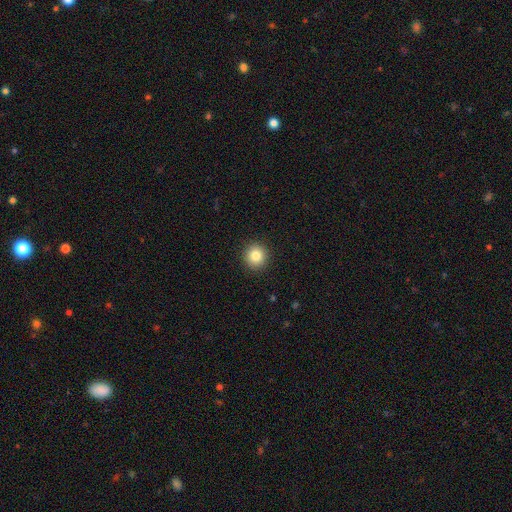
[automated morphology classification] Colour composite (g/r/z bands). It shows a smooth galaxy with no disk features (83%) that is round (93%). Merging: none (92%).